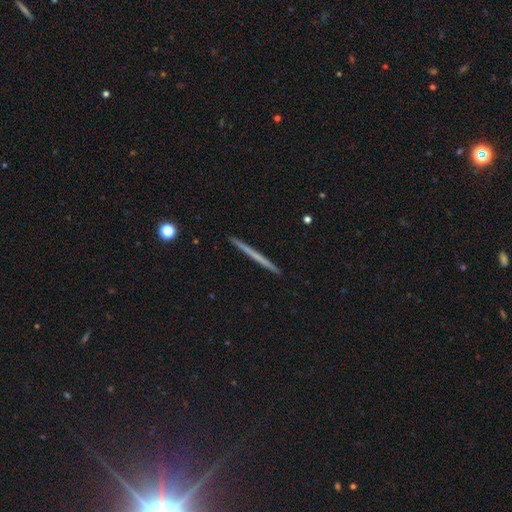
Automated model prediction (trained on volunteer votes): The model was most divided on "smooth or featured": featured or disk: 48%, smooth: 46%, star or artifact: 6%. More confident: merging — none (93%).